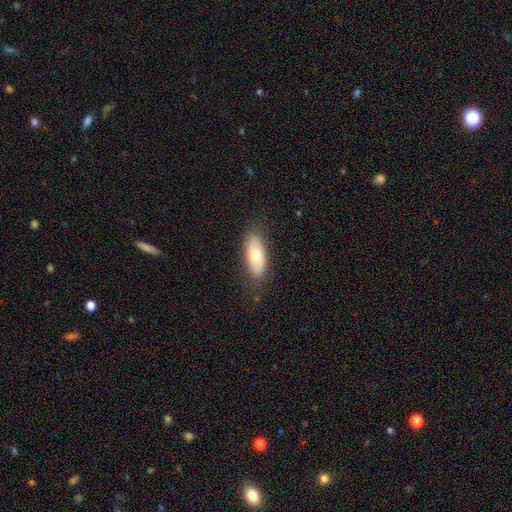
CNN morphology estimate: Smooth or featured?
  - smooth: 62% *
  - featured or disk: 32%
  - star or artifact: 6%
How rounded?
  - in between: 86% *
  - cigar-shaped: 11%
  - round: 3%
Merging?
  - none: 82% *
  - minor disturbance: 14%
  - major disturbance: 3%
  - merger: 1%